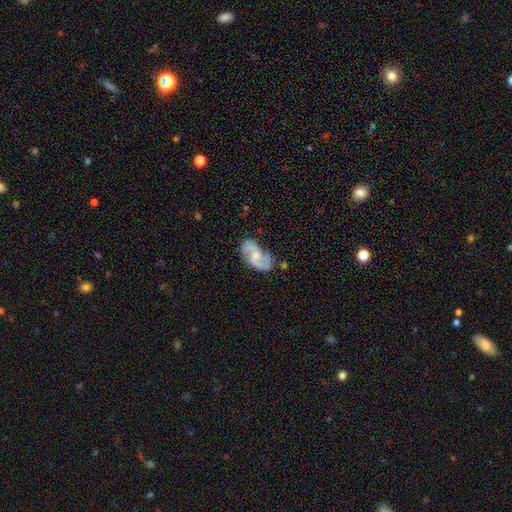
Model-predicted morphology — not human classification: smooth_or_featured: featured or disk (p=0.72) [alt: smooth p=0.22]
disk_edge_on: no (p=0.96) [alt: yes p=0.04]
bar: no (p=0.55) [alt: weak p=0.38]
has_spiral_arms: yes (p=0.87) [alt: no p=0.13]
spiral_winding: medium (p=0.48) [alt: loose p=0.31]
spiral_arm_count: 2 (p=0.70) [alt: can't tell p=0.13]
bulge_size: small (p=0.39) [alt: moderate p=0.38]
merging: none (p=0.60) [alt: minor disturbance p=0.25]